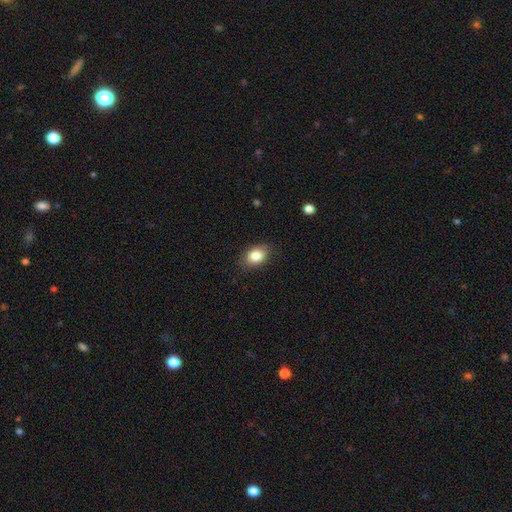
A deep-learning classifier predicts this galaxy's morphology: type=smooth (83%); roundness=in between (72%); merging=none (84%).